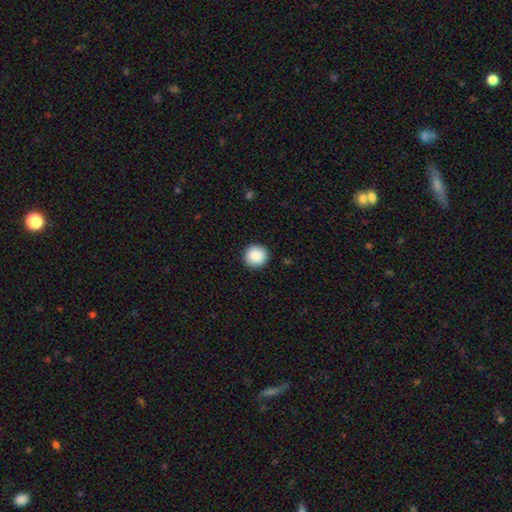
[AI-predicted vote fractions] Smooth or featured: smooth — 89% (star or artifact — 8%)
How rounded: round — 94% (in between — 5%)
Merging: none — 92% (minor disturbance — 6%)